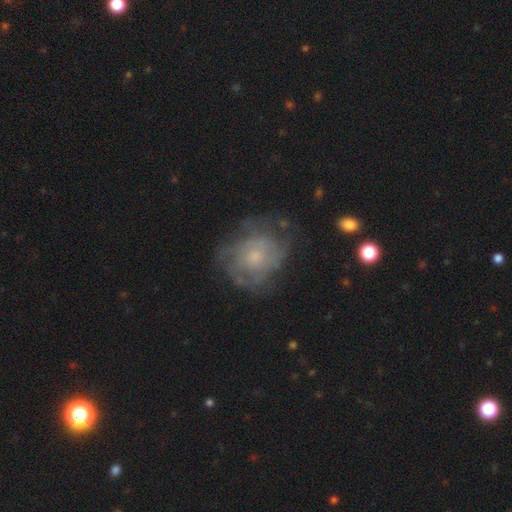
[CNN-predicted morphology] Smooth or featured: featured or disk — 59% (smooth — 32%)
Edge-on disk: no — 97% (yes — 3%)
Bar: no — 83% (weak — 15%)
Spiral arms: yes — 62% (no — 38%)
Bulge size: small — 52% (moderate — 36%)
Merging: none — 60% (minor disturbance — 23%)